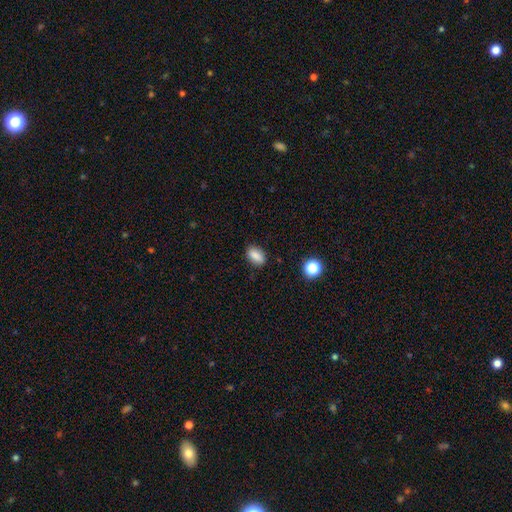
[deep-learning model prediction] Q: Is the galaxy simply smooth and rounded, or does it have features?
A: smooth — 85%.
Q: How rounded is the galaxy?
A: in between — 85%.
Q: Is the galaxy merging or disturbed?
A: none — 84%.